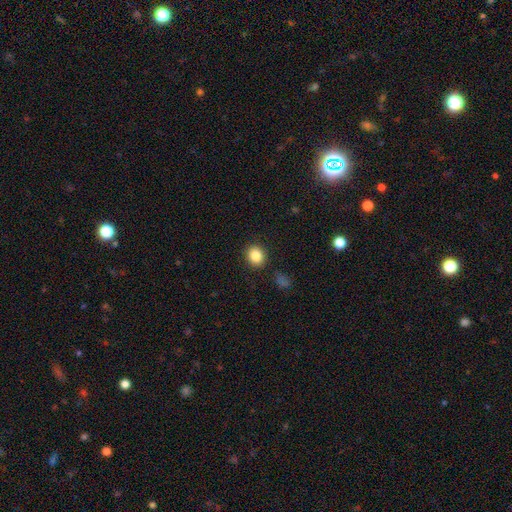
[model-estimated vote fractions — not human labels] A smooth galaxy with no disk features (85%) that is round (67%). Merging: none (89%).